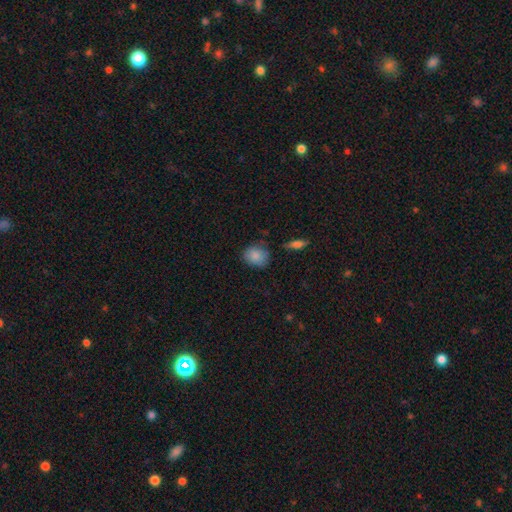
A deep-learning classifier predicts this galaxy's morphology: Smooth or featured: smooth — 85% (star or artifact — 8%)
How rounded: round — 73% (in between — 26%)
Merging: none — 72% (minor disturbance — 21%)